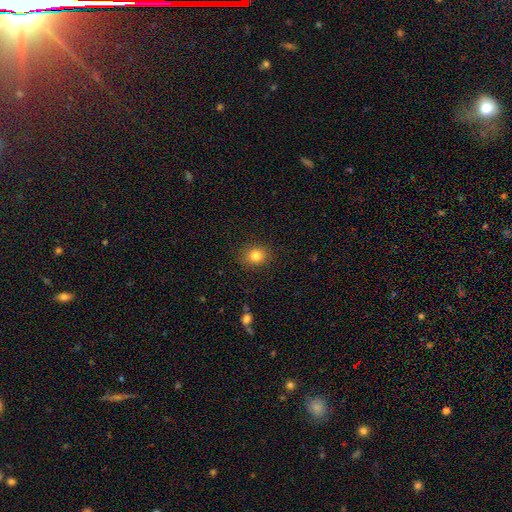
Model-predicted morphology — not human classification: A smooth galaxy with no disk features (82%) that is round (68%).

Vote fractions:
- Smooth or featured? smooth: 82% / star or artifact: 11% / featured or disk: 6%
- How rounded? round: 68% / in between: 31% / cigar-shaped: 1%
- Merging? none: 88% / minor disturbance: 8% / major disturbance: 3% / merger: 1%